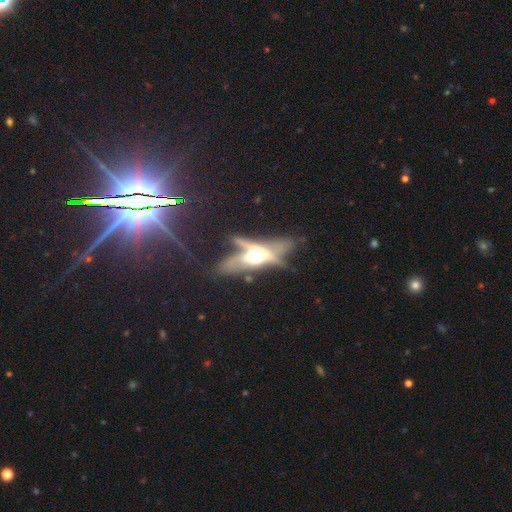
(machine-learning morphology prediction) Q: Smooth or featured?
A: featured or disk (64%); runner-up: smooth (26%)
Q: Edge-on disk?
A: yes (71%); runner-up: no (29%)
Q: Merging?
A: none (36%); runner-up: major disturbance (26%)